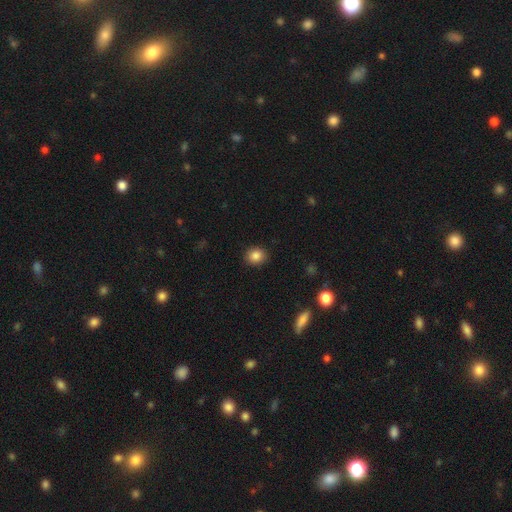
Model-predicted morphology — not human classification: Smooth or featured: smooth — 85% (star or artifact — 10%)
How rounded: round — 69% (in between — 30%)
Merging: none — 90% (minor disturbance — 7%)